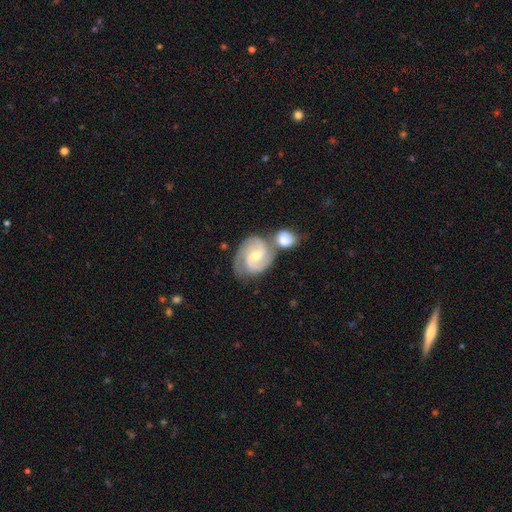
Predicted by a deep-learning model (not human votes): The model was most divided on "merging" (2-way tie): none: 40%, merger: 40%, minor disturbance: 15%, major disturbance: 6%. Remaining: edge-on disk — no (97%); spiral arms — yes (97%); smooth or featured — featured or disk (83%); spiral arm count — 2 (72%); bulge size — moderate (57%); bar — weak (46%); spiral winding — medium (46%).